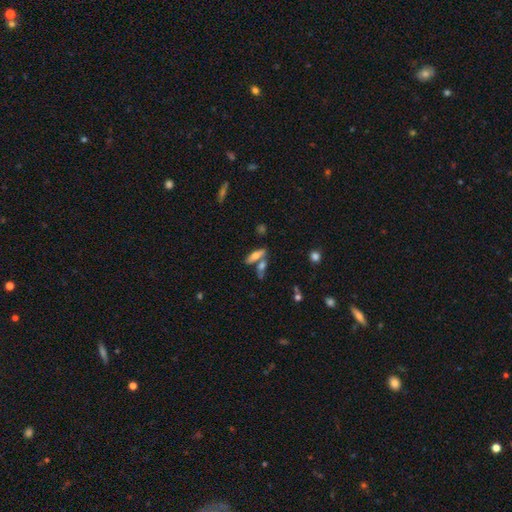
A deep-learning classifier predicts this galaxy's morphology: A smooth galaxy with no disk features (55%) that is cigar-shaped (55%).

Vote fractions:
- Smooth or featured? smooth: 55% / featured or disk: 37% / star or artifact: 9%
- How rounded? cigar-shaped: 55% / in between: 42% / round: 3%
- Merging? none: 60% / merger: 26% / minor disturbance: 11% / major disturbance: 4%